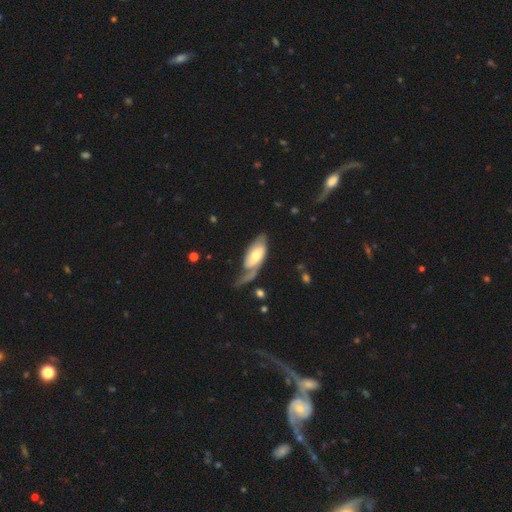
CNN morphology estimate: A featured or disk galaxy (58%) with no bar (51%), spiral arms (79%) and a moderate central bulge (52%). Merging: major disturbance (34%).